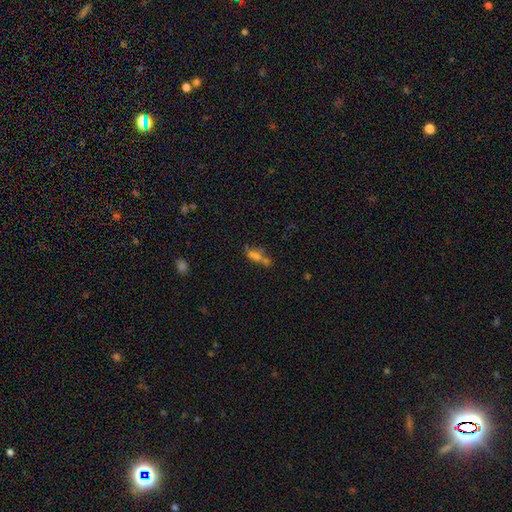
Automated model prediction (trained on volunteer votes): Smooth or featured?
  - smooth: 47% *
  - star or artifact: 27%
  - featured or disk: 26%
Merging?
  - merger: 38% * (tied)
  - none: 38% * (tied)
  - minor disturbance: 13%
  - major disturbance: 10%